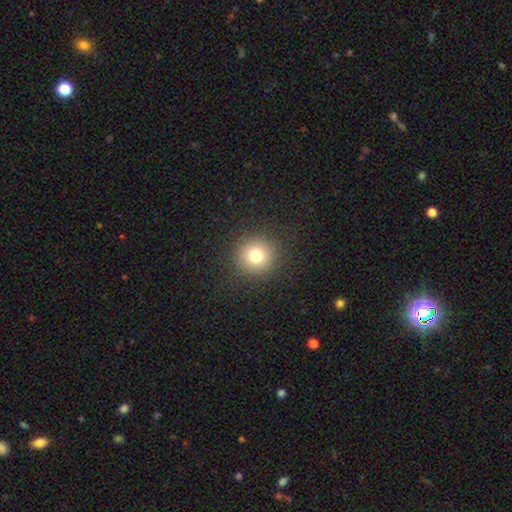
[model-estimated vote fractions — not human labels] A smooth galaxy with no disk features (77%) that is round (94%). Merging: none (91%).